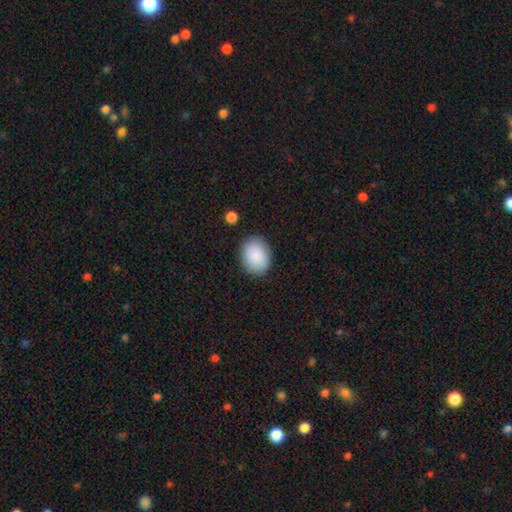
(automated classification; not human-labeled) Q: Smooth or featured?
A: smooth (89%); runner-up: star or artifact (6%)
Q: How rounded?
A: in between (67%); runner-up: round (32%)
Q: Merging?
A: none (86%); runner-up: minor disturbance (10%)